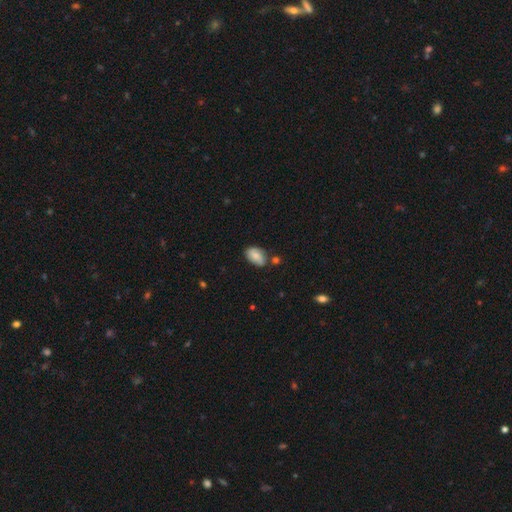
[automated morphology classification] Smooth or featured: smooth — 77% (featured or disk — 15%)
How rounded: in between — 91% (round — 7%)
Merging: none — 65% (minor disturbance — 23%)